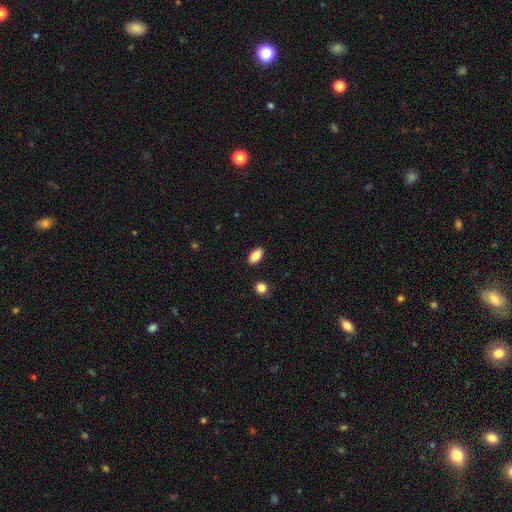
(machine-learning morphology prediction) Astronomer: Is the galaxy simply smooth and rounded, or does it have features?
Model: smooth — 85%.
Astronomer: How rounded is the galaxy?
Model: in between — 92%.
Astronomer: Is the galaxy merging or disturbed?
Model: none — 89%.